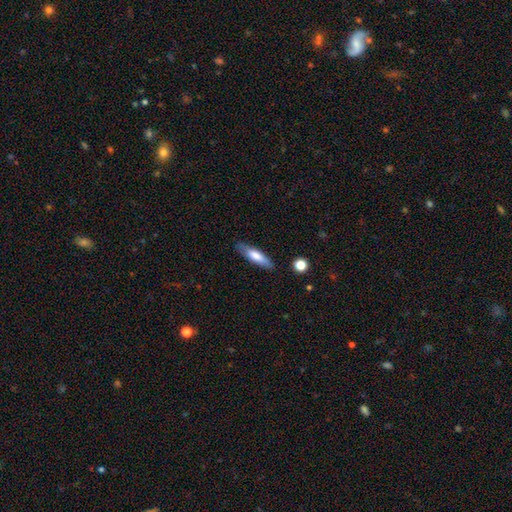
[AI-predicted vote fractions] Overall: smooth (69%). How rounded: cigar-shaped (72%). Merging: none (82%).